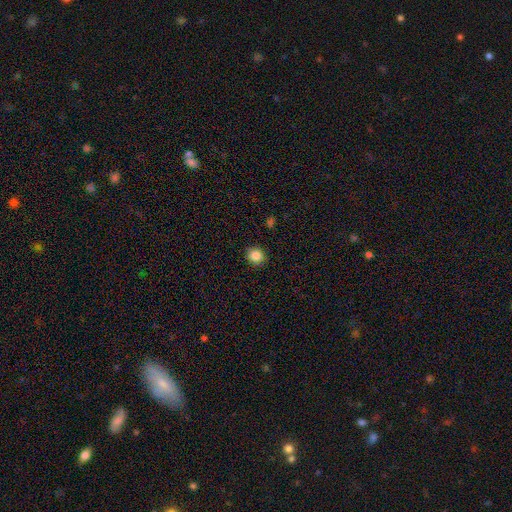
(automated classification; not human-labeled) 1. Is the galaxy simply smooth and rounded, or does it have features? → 86% smooth, 10% star or artifact, 4% featured or disk.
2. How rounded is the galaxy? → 86% round, 13% in between, 1% cigar-shaped.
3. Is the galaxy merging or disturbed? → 91% none, 7% minor disturbance, 2% major disturbance, 1% merger.